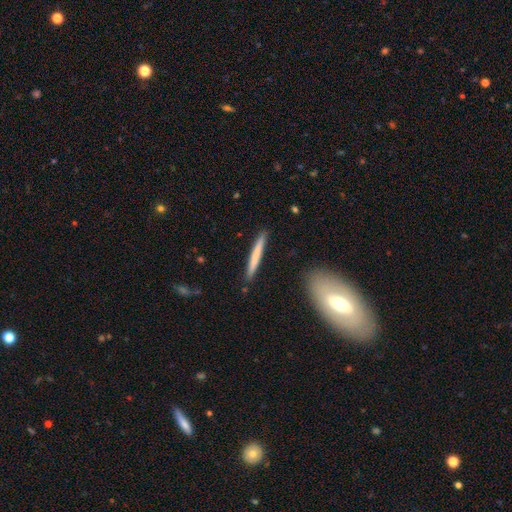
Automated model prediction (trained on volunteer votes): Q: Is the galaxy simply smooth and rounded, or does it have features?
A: smooth — 65%.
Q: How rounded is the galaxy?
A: cigar-shaped — 97%.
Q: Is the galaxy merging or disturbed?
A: none — 91%.